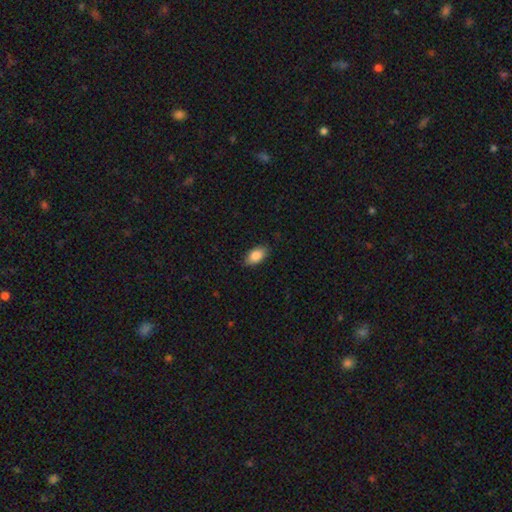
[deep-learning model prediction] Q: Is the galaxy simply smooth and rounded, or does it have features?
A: smooth — 85%.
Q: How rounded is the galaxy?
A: in between — 92%.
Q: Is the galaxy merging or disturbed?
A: none — 86%.